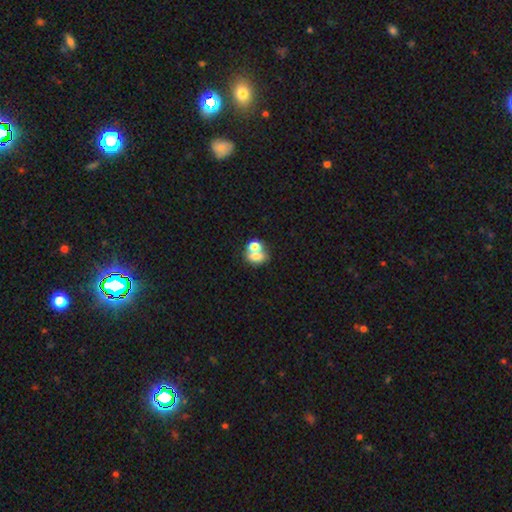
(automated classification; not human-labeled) The model was most divided on "how rounded": in between: 57%, round: 41%, cigar-shaped: 1%. More confident: smooth or featured — smooth (70%); merging — merger (54%).